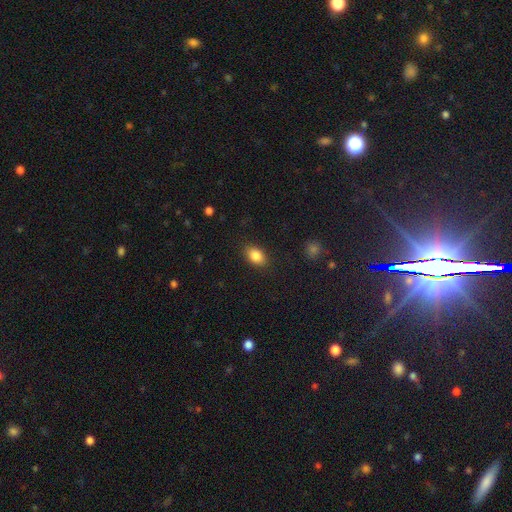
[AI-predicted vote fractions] Morphology: type=smooth (85%); roundness=in between (82%); merging=none (85%).